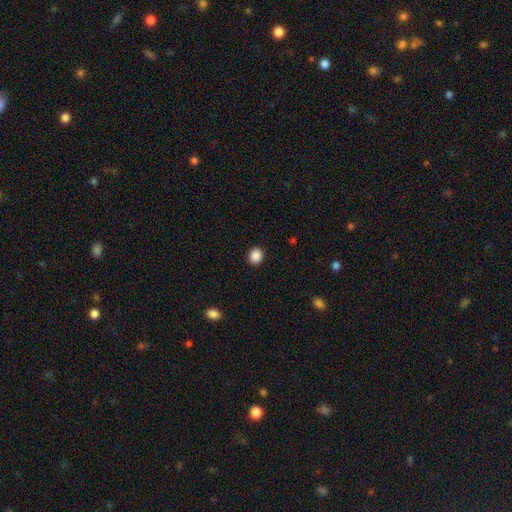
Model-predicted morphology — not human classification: A smooth galaxy with no disk features (89%) that is round (66%).

Vote fractions:
- Smooth or featured? smooth: 89% / star or artifact: 9% / featured or disk: 2%
- How rounded? round: 66% / in between: 33% / cigar-shaped: 1%
- Merging? none: 91% / minor disturbance: 6% / major disturbance: 2% / merger: 1%